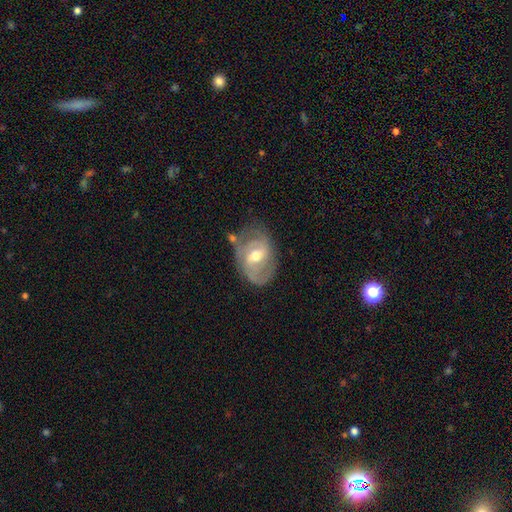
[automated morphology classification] smooth_or_featured: featured or disk (p=0.80) [alt: smooth p=0.15]
disk_edge_on: no (p=0.96) [alt: yes p=0.04]
bar: weak (p=0.55) [alt: no p=0.26]
has_spiral_arms: yes (p=0.89) [alt: no p=0.11]
spiral_winding: medium (p=0.45) [alt: tight p=0.37]
spiral_arm_count: 2 (p=0.66) [alt: can't tell p=0.17]
bulge_size: moderate (p=0.72) [alt: small p=0.21]
merging: none (p=0.57) [alt: minor disturbance p=0.26]